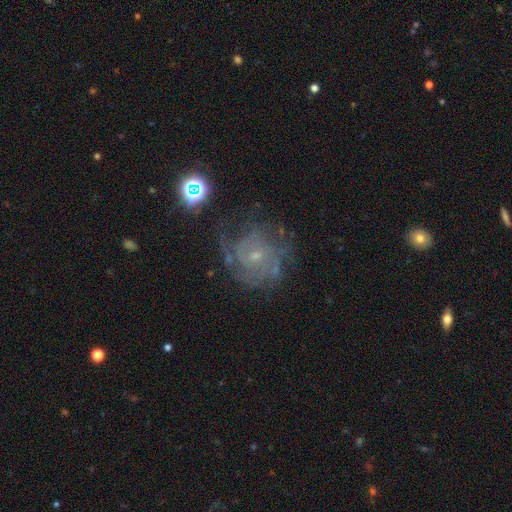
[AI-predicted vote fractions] The model was most divided on "spiral winding": tight: 58%, medium: 32%, loose: 10%. Remaining: edge-on disk — no (98%); spiral arms — yes (87%); smooth or featured — featured or disk (75%); bulge size — small (72%); bar — no (69%); merging — none (66%); spiral arm count — can't tell (47%).